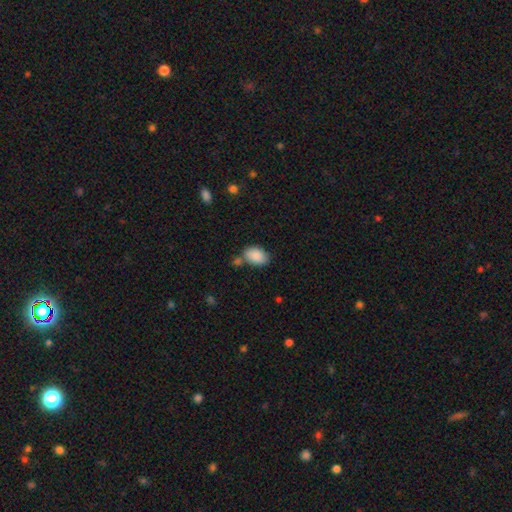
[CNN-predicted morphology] This is clearly a smooth galaxy (88%). How rounded: clearly in between (90%). Merging: likely none (66%).